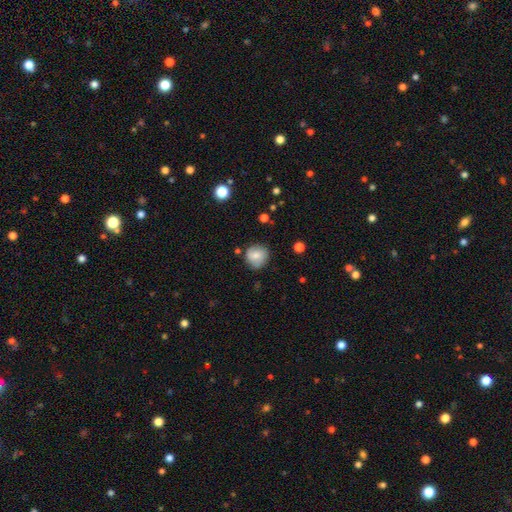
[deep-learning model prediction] smooth 76%, featured or disk 15%, star or artifact 8%. Down the decision tree: how rounded — round (88%); merging — none (77%).